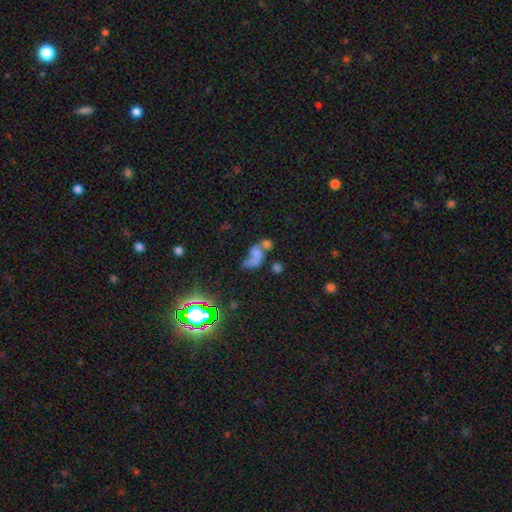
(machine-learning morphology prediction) Smooth or featured?
  - smooth: 48% *
  - featured or disk: 30%
  - star or artifact: 22%
Merging?
  - merger: 49% *
  - major disturbance: 24%
  - none: 16%
  - minor disturbance: 10%